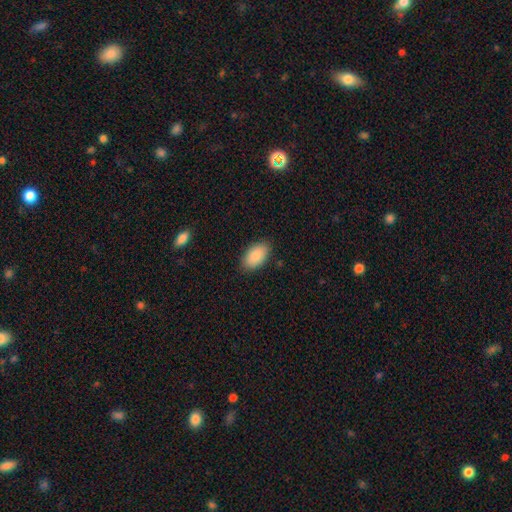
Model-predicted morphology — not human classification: smooth_or_featured: smooth (p=0.88) [alt: star or artifact p=0.06]
how_rounded: in between (p=0.95) [alt: round p=0.04]
merging: none (p=0.86) [alt: minor disturbance p=0.10]